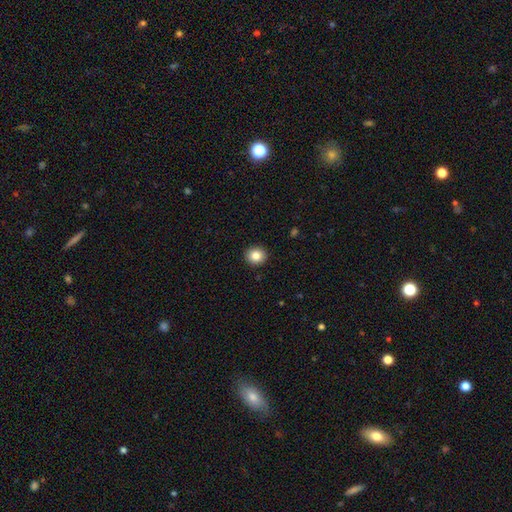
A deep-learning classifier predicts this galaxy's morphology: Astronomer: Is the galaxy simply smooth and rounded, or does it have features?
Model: smooth — 84%.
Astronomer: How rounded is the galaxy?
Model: round — 86%.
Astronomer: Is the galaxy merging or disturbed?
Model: none — 92%.